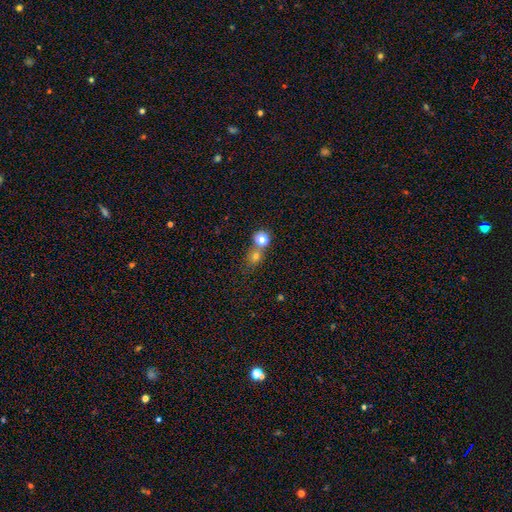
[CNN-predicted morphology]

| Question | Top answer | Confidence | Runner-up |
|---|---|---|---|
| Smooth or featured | smooth | 65% | star or artifact (24%) |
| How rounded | round | 77% | in between (21%) |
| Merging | none | 51% | merger (37%) |